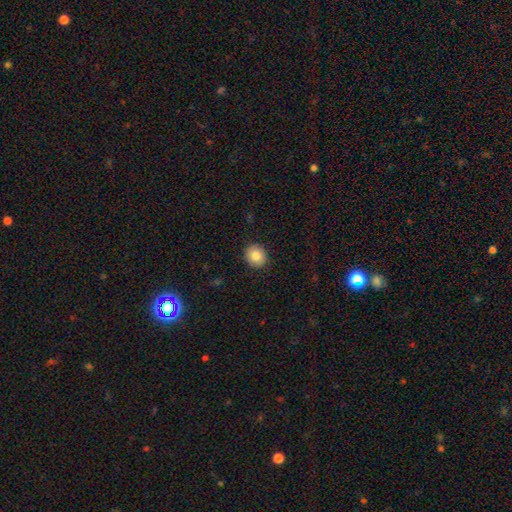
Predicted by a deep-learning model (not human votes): smooth 83%, star or artifact 9%, featured or disk 8%. Down the decision tree: how rounded — round (80%); merging — none (90%).